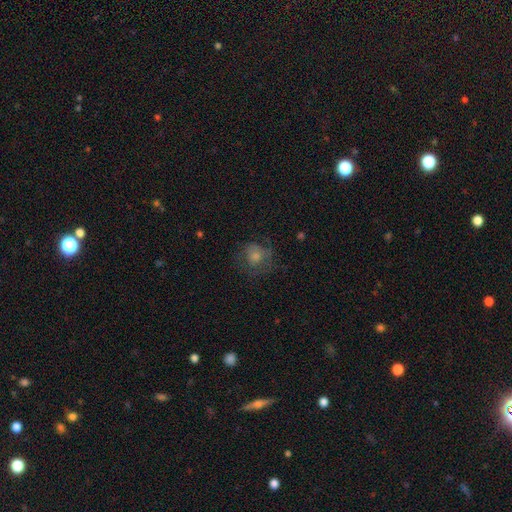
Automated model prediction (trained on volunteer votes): smooth 67%, featured or disk 22%, star or artifact 11%. Down the decision tree: how rounded — round (78%); merging — none (54%).